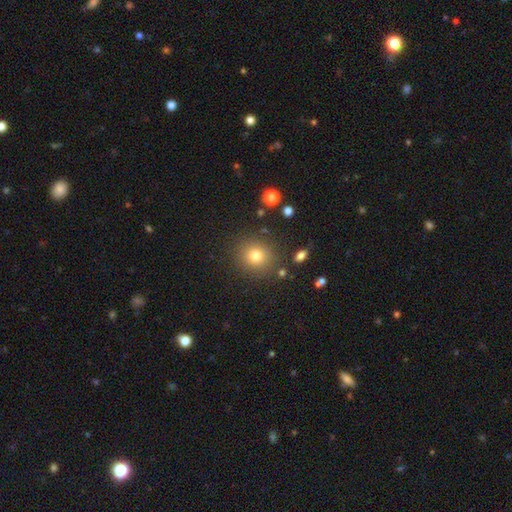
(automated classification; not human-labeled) Morphology: type=smooth (78%); roundness=round (84%); merging=none (85%).